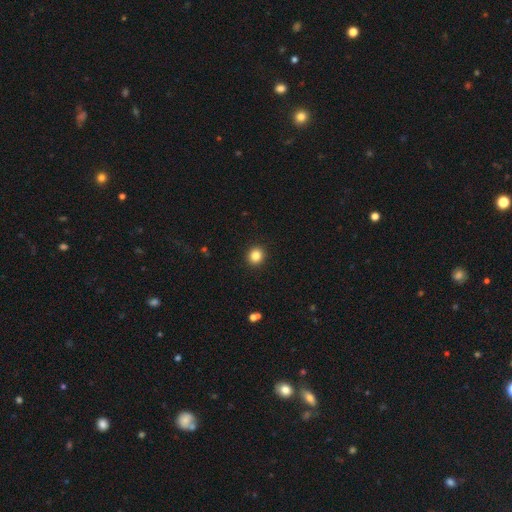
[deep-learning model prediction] A smooth galaxy with no disk features (84%) that is round (88%). Merging: none (93%).